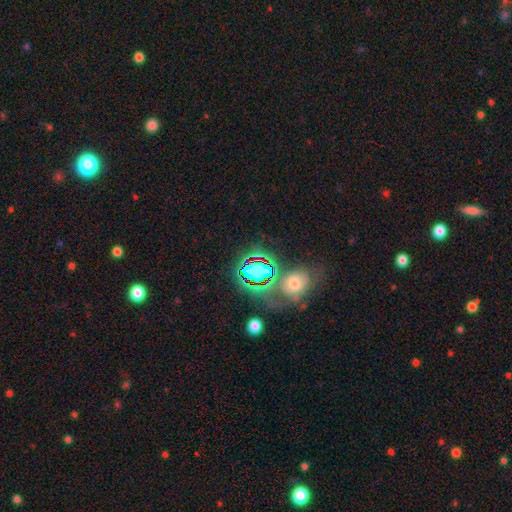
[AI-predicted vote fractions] star or artifact 67%, smooth 19%, featured or disk 13%.